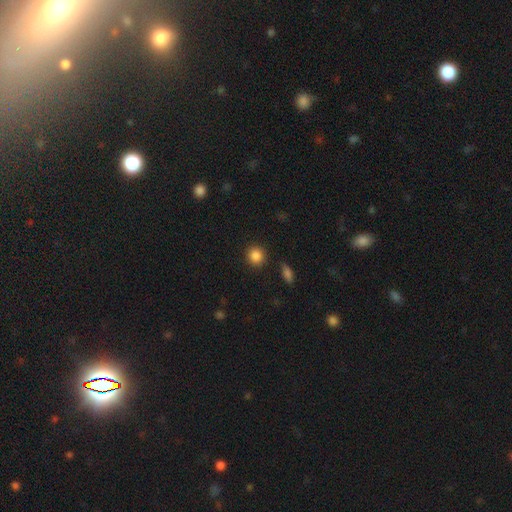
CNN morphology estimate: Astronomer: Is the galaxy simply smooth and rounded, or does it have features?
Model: smooth — 87%.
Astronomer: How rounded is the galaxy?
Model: round — 91%.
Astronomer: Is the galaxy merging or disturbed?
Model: none — 89%.